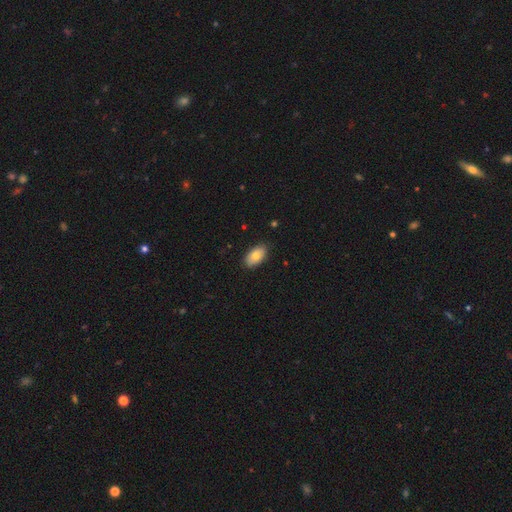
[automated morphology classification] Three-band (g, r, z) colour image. It shows a smooth galaxy with no disk features (77%) that is in between round and cigar-shaped (94%). Merging: none (86%).